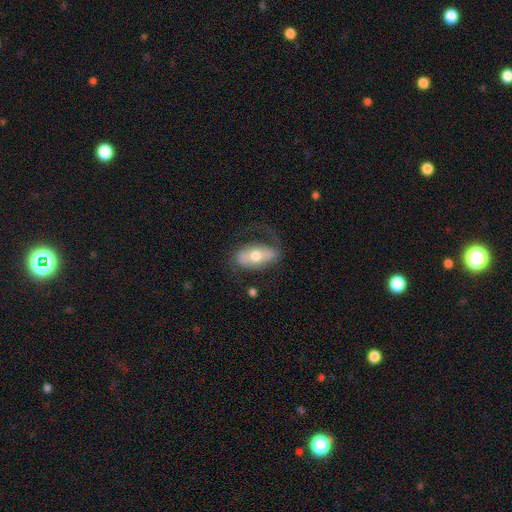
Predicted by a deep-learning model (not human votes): smooth_or_featured: featured or disk (p=0.56) [alt: smooth p=0.38]
disk_edge_on: no (p=0.86) [alt: yes p=0.14]
merging: none (p=0.49) [alt: major disturbance p=0.28]